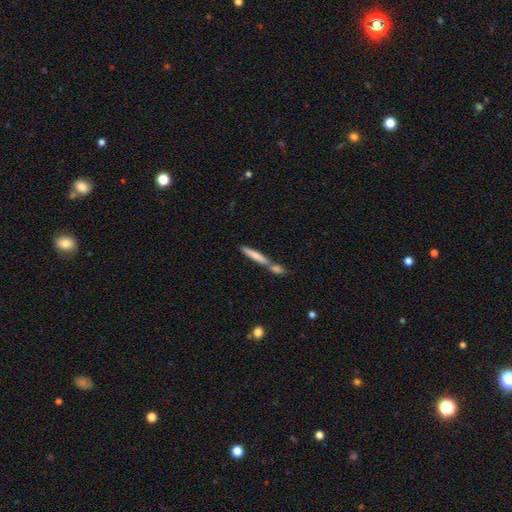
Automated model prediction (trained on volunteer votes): Smooth or featured?
  - smooth: 69% *
  - featured or disk: 24%
  - star or artifact: 6%
How rounded?
  - cigar-shaped: 89% *
  - in between: 9%
  - round: 2%
Merging?
  - merger: 50% *
  - none: 38%
  - minor disturbance: 8%
  - major disturbance: 4%